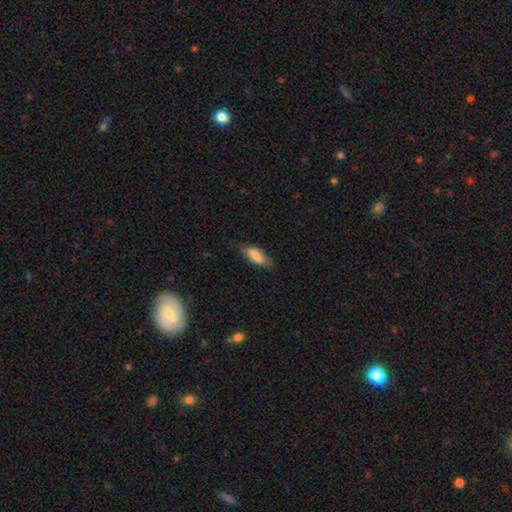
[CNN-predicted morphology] Smooth or featured: smooth — 78% (featured or disk — 16%)
How rounded: in between — 67% (cigar-shaped — 31%)
Merging: none — 70% (minor disturbance — 24%)